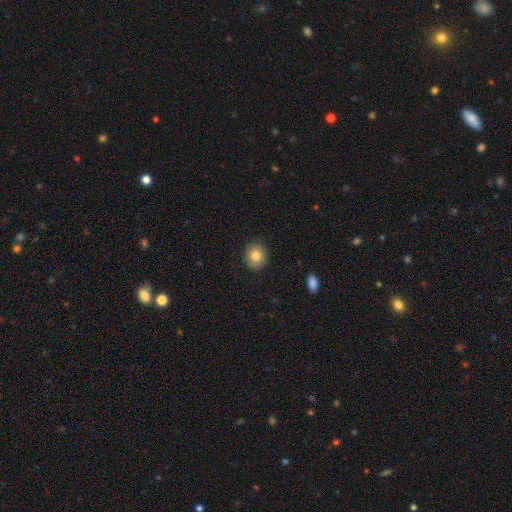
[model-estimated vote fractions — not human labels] Smooth or featured? smooth (82%)
How rounded? round (74%)
Merging? none (88%)